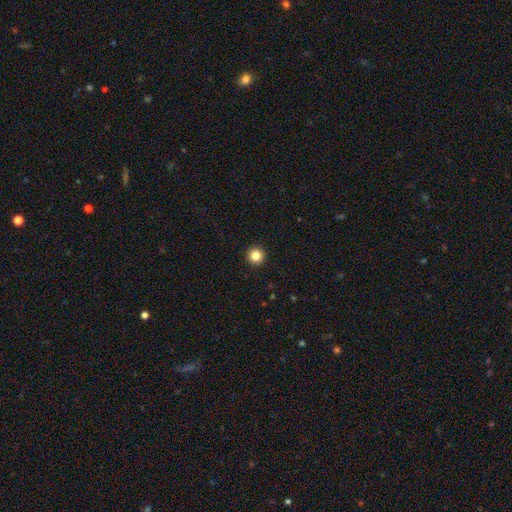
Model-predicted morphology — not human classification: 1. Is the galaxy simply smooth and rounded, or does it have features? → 85% smooth, 11% star or artifact, 5% featured or disk.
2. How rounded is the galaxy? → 96% round, 3% in between, 1% cigar-shaped.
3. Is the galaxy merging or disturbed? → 94% none, 4% minor disturbance, 1% major disturbance, 1% merger.